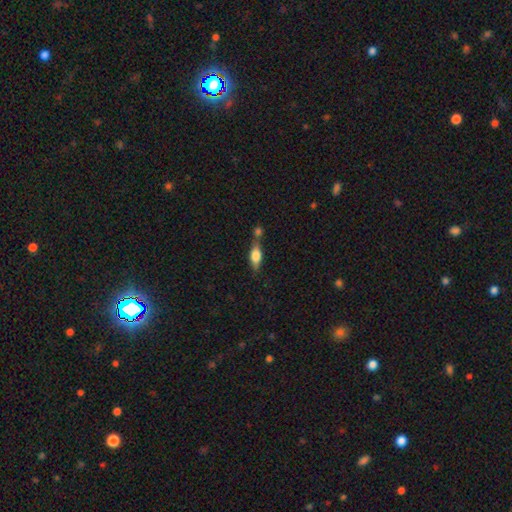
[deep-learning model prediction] smooth 61%, featured or disk 31%, star or artifact 8%. Down the decision tree: how rounded — in between (66%); merging — none (44%).